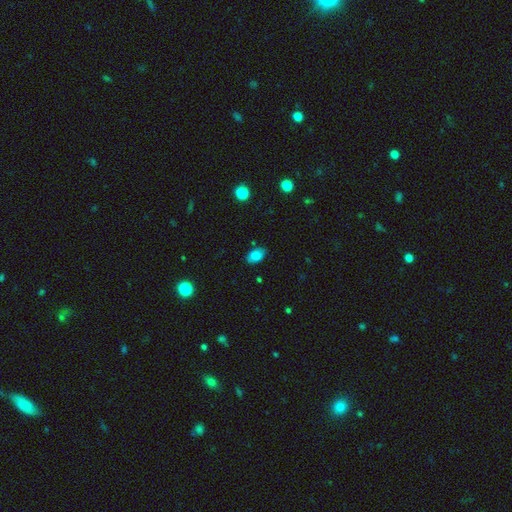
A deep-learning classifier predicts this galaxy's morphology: A smooth galaxy with no disk features (79%) that is in between round and cigar-shaped (90%).

Vote fractions:
- Smooth or featured? smooth: 79% / featured or disk: 12% / star or artifact: 10%
- How rounded? in between: 90% / round: 8% / cigar-shaped: 2%
- Merging? none: 81% / minor disturbance: 14% / major disturbance: 3% / merger: 2%